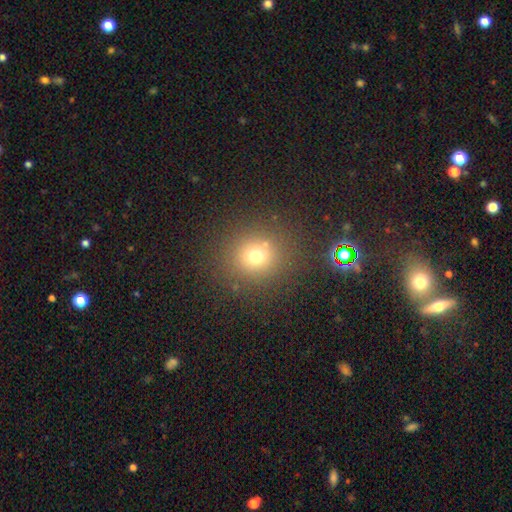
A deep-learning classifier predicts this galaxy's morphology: This is likely a smooth galaxy (69%). How rounded: clearly round (86%). Merging: clearly none (81%).